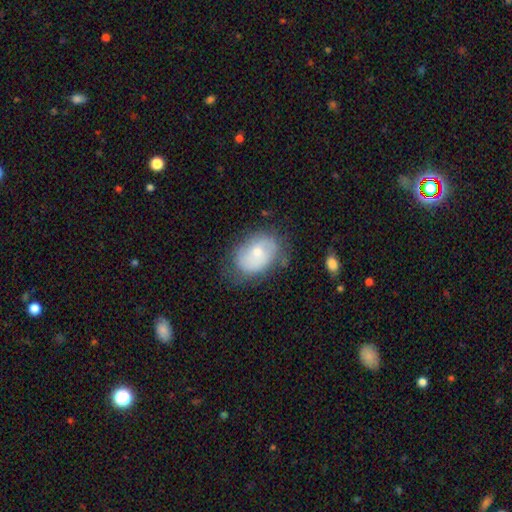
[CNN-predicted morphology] smooth_or_featured: smooth (p=0.53) [alt: featured or disk p=0.40]
how_rounded: in between (p=0.77) [alt: round p=0.22]
merging: none (p=0.59) [alt: minor disturbance p=0.27]